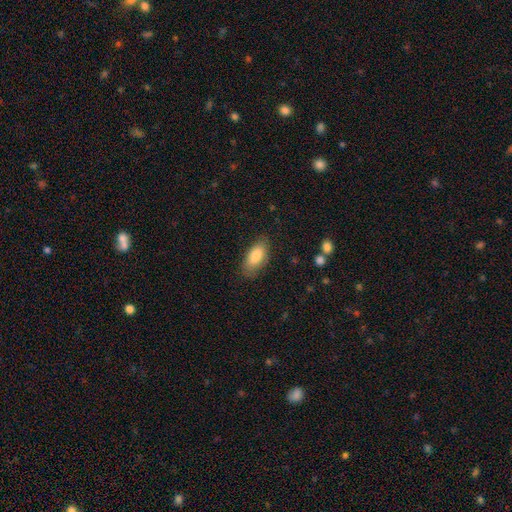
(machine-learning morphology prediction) A smooth galaxy with no disk features (85%) that is in between round and cigar-shaped (88%).

Vote fractions:
- Smooth or featured? smooth: 85% / featured or disk: 9% / star or artifact: 6%
- How rounded? in between: 88% / cigar-shaped: 9% / round: 3%
- Merging? none: 79% / minor disturbance: 16% / major disturbance: 4% / merger: 1%